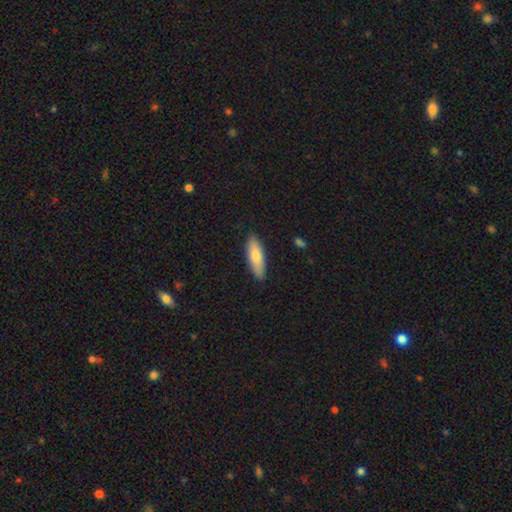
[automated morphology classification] Smooth or featured? Predicted: smooth (p=0.76). How rounded? Predicted: in between (p=0.54). Merging? Predicted: none (p=0.86).